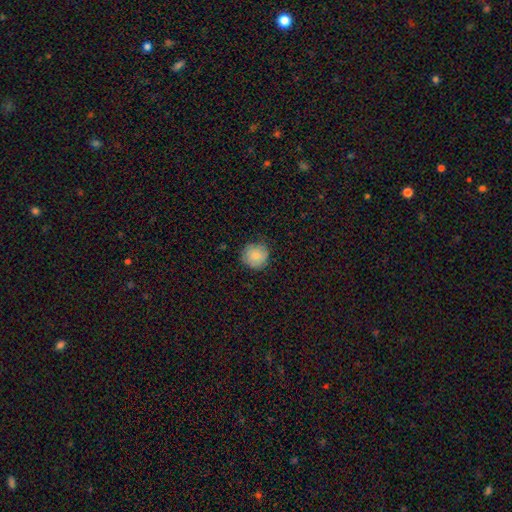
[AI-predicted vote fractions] smooth 82%, featured or disk 9%, star or artifact 8%. Down the decision tree: how rounded — round (93%); merging — none (78%).